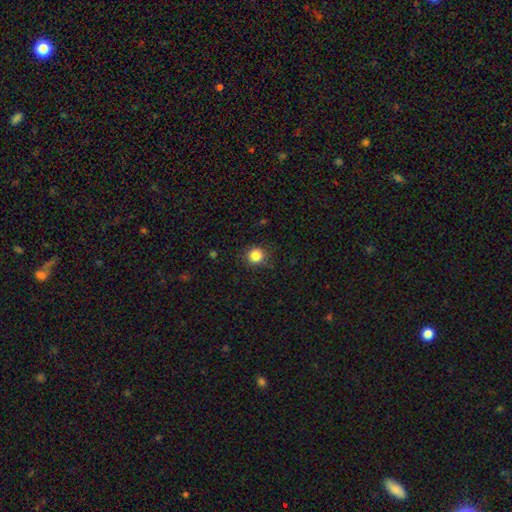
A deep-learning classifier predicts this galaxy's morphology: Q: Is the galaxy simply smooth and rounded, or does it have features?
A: smooth — 85%.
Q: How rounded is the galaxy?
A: round — 93%.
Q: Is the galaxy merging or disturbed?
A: none — 87%.